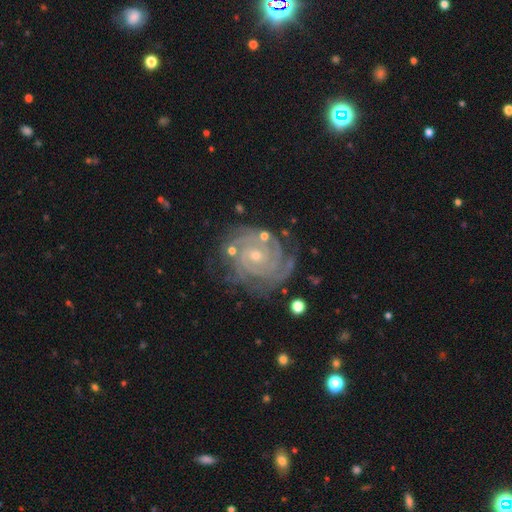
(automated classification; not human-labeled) Overall: featured or disk (91%). Edge-on disk: no (98%). Bar: no (73%). Spiral arms: yes (98%). Spiral arm count: 2 (26%; 3 25%). Spiral winding: tight (82%). Bulge size: small (67%; moderate 30%). Merging: none (73%).